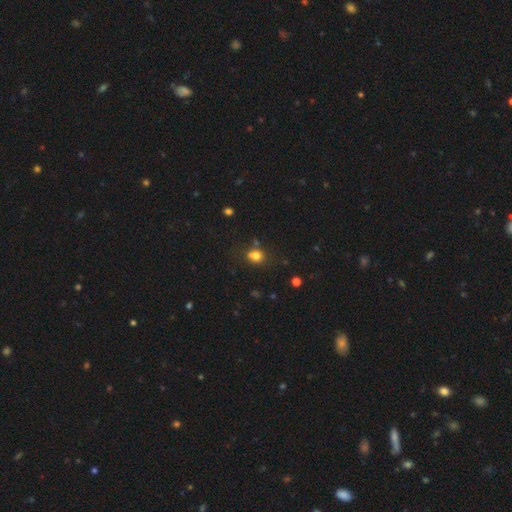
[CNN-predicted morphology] smooth-or-featured: smooth: 77% | star or artifact: 15% | featured or disk: 8%
  how-rounded: round: 70% | in between: 30% | cigar-shaped: 1%
  merging: none: 64% | minor disturbance: 16% | merger: 15% | major disturbance: 5%